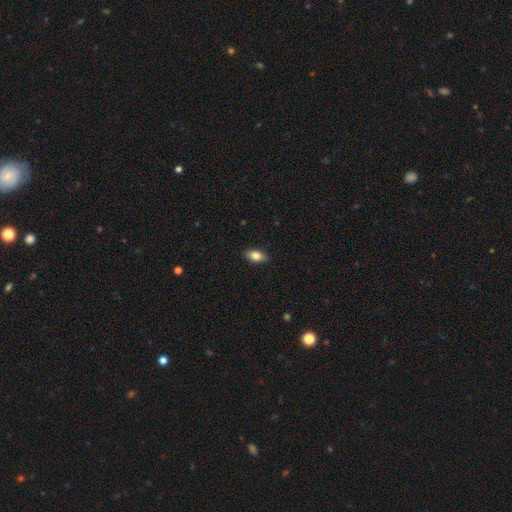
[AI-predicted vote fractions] Smooth or featured? smooth (79%)
How rounded? in between (88%)
Merging? none (88%)